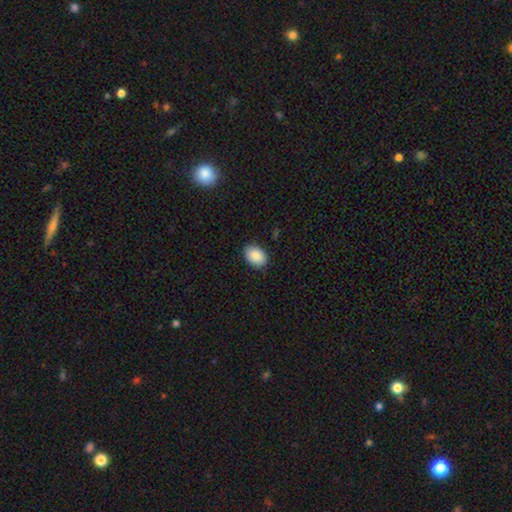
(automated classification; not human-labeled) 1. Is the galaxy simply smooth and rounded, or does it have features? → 88% smooth, 7% star or artifact, 5% featured or disk.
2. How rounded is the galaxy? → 83% in between, 16% round, 1% cigar-shaped.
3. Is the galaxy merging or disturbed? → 86% none, 10% minor disturbance, 2% major disturbance, 1% merger.